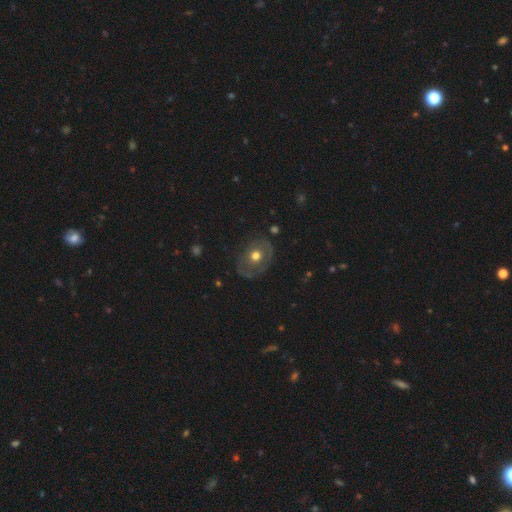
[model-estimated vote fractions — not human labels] Smooth or featured: smooth — 46% (featured or disk — 45%)
Merging: none — 72% (minor disturbance — 18%)